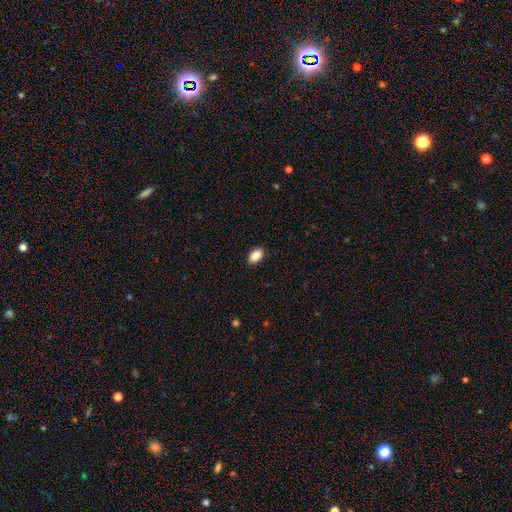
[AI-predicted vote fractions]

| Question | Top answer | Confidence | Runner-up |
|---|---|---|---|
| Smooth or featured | smooth | 89% | star or artifact (7%) |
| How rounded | in between | 92% | round (6%) |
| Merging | none | 89% | minor disturbance (8%) |